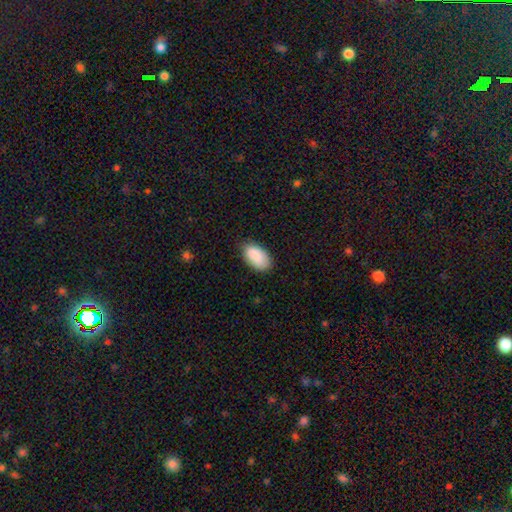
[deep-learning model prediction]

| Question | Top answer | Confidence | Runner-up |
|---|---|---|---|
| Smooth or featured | smooth | 89% | star or artifact (6%) |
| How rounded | in between | 95% | round (4%) |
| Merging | none | 77% | minor disturbance (18%) |